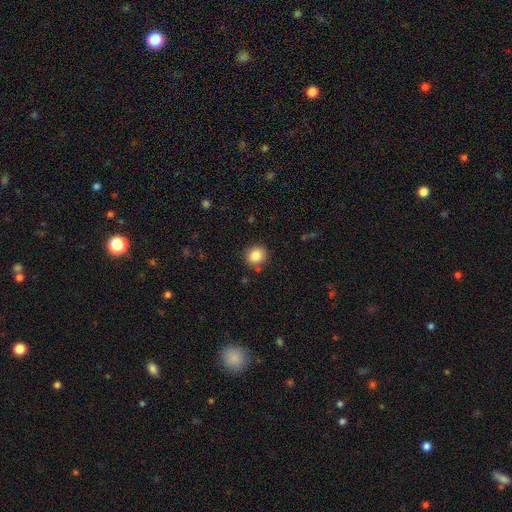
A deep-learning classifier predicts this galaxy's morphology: smooth_or_featured: smooth (p=0.85) [alt: star or artifact p=0.10]
how_rounded: round (p=0.85) [alt: in between p=0.14]
merging: none (p=0.87) [alt: minor disturbance p=0.08]